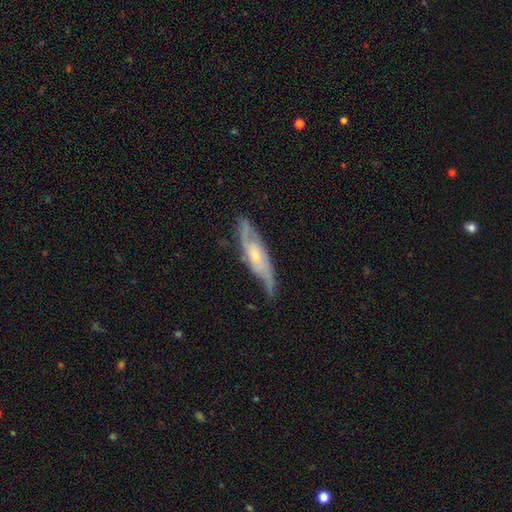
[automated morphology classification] Overall: featured or disk (78%). Edge-on disk: no (74%). Bar: no (62%; weak 31%). Spiral arms: yes (92%). Spiral arm count: 2 (74%). Spiral winding: medium (45%; loose 28%). Bulge size: small (59%; moderate 35%). Merging: none (68%).